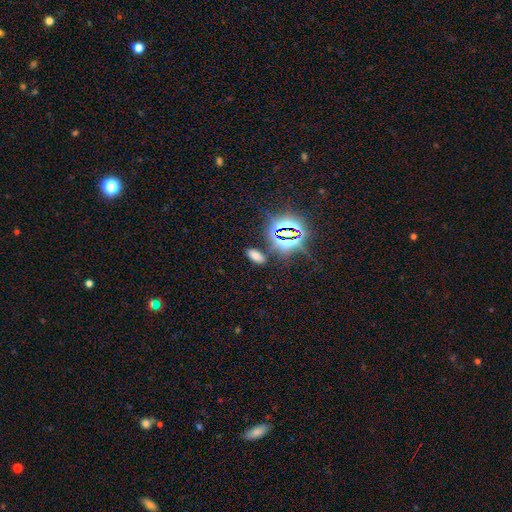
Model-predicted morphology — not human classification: Smooth or featured: smooth — 59% (star or artifact — 34%)
How rounded: in between — 88% (cigar-shaped — 8%)
Merging: none — 83% (minor disturbance — 9%)